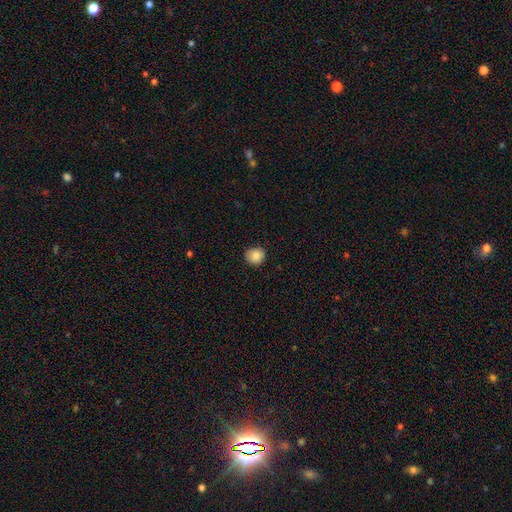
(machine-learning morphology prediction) smooth-or-featured: smooth: 87% | star or artifact: 9% | featured or disk: 4%
  how-rounded: round: 87% | in between: 12% | cigar-shaped: 1%
  merging: none: 88% | minor disturbance: 9% | major disturbance: 2% | merger: 1%